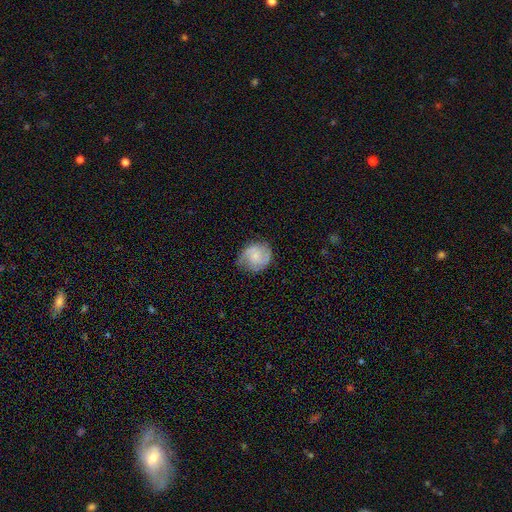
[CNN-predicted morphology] A featured or disk galaxy (63%) with no bar (65%), 2 (69%) medium (47%) spiral arms (93%) and a small central bulge (59%). Merging: none (70%).